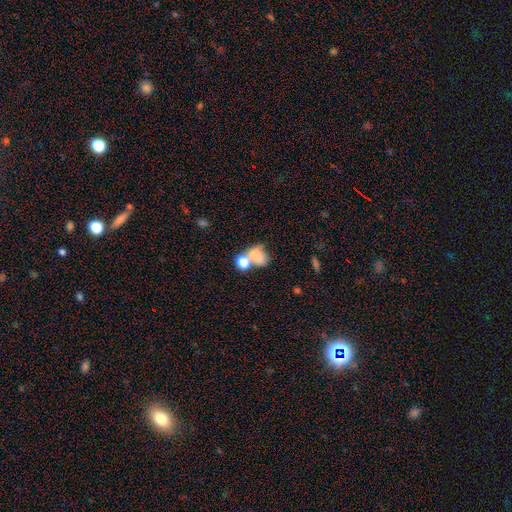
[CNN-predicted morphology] type=smooth (65%); roundness=in between (54%); merging=merger (56%).